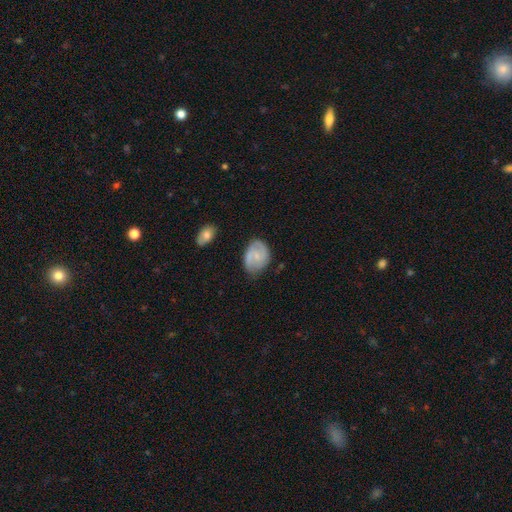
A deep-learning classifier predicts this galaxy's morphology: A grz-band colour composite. It shows a featured or disk galaxy (63%) with no bar (53%), 2 (75%) medium (45%) spiral arms (90%) and a small central bulge (67%). Merging: none (70%).